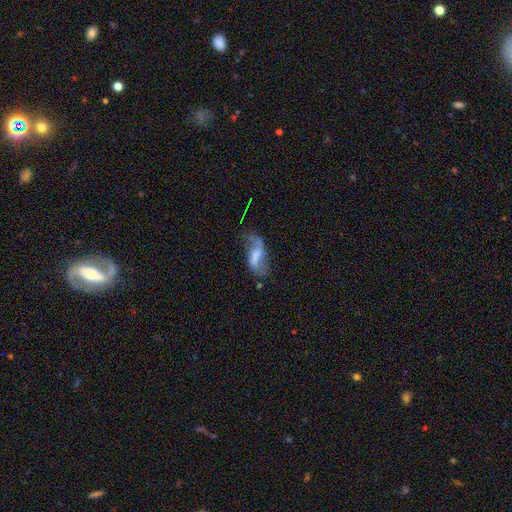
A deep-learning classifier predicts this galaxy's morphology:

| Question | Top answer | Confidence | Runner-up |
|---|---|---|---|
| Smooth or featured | featured or disk | 61% | smooth (30%) |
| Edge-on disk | no | 91% | yes (9%) |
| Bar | weak | 42% | strong (30%) |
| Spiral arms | yes | 77% | no (23%) |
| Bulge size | none | 31% | moderate (29%) |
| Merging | none | 46% | minor disturbance (27%) |